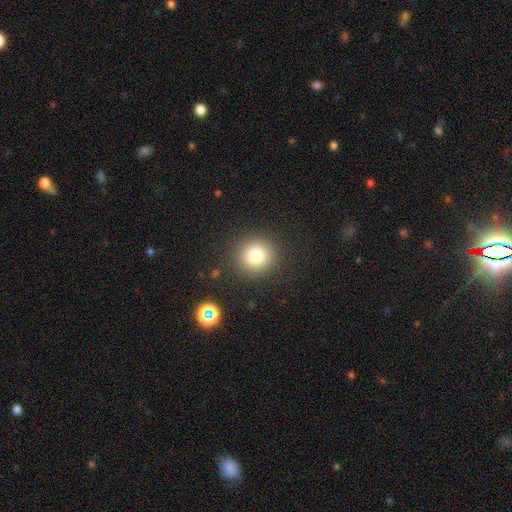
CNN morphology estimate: smooth 80%, star or artifact 13%, featured or disk 8%. Down the decision tree: how rounded — round (93%); merging — none (89%).